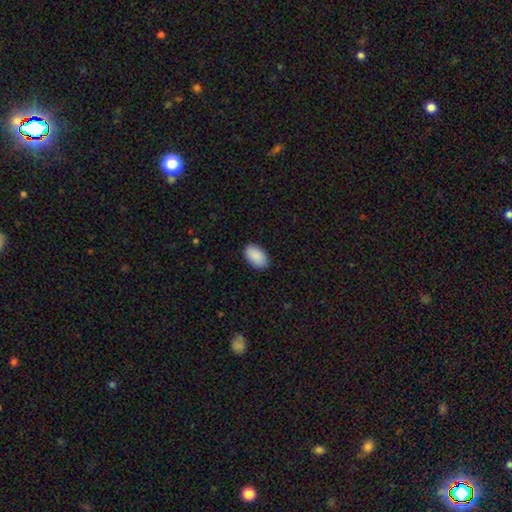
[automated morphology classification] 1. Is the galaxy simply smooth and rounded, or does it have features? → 91% smooth, 6% star or artifact, 3% featured or disk.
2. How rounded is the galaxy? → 94% in between, 5% round, 1% cigar-shaped.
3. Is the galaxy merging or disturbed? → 88% none, 9% minor disturbance, 2% major disturbance, 1% merger.